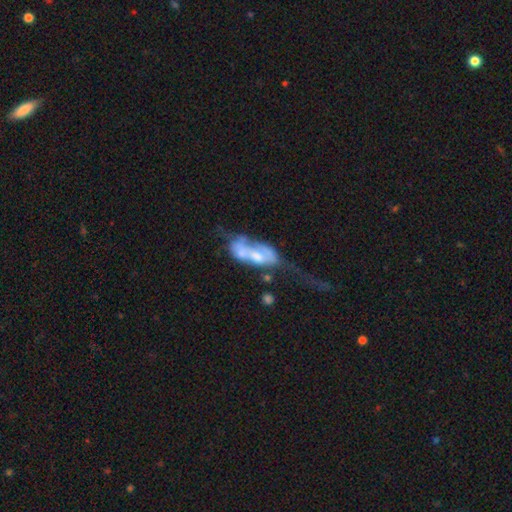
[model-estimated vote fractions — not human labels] This appears to be a featured or disk galaxy (52%). Merging: merger (47%).